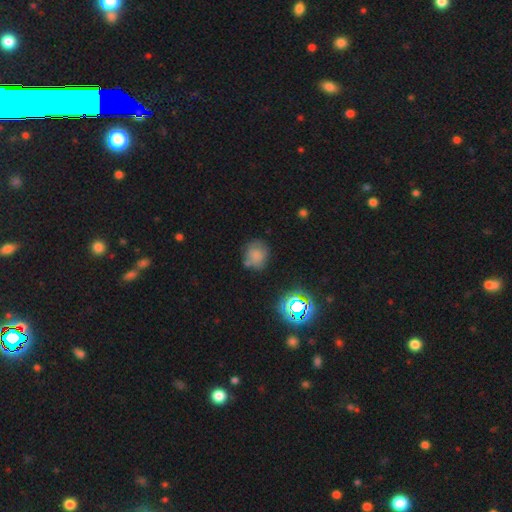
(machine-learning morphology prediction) Overall: smooth (70%). How rounded: round (77%). Merging: none (68%).